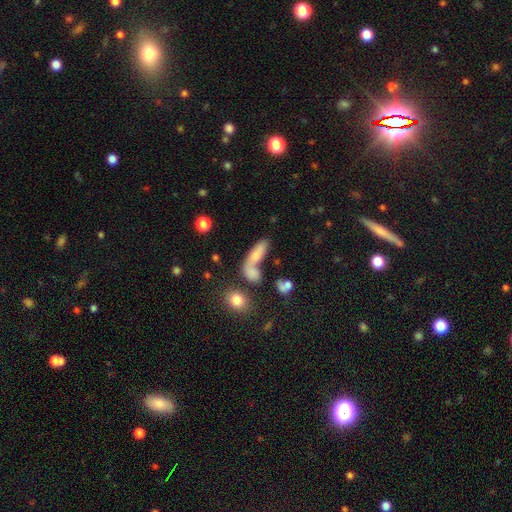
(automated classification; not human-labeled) This is likely a smooth galaxy (69%). How rounded: possibly in between (60%). Merging: possibly merger (49%).